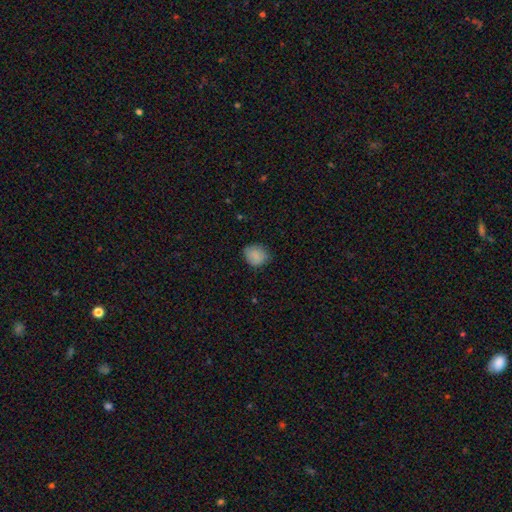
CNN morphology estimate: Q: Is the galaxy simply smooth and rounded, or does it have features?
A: smooth — 87%.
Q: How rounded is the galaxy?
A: round — 65%.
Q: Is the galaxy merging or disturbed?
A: none — 77%.